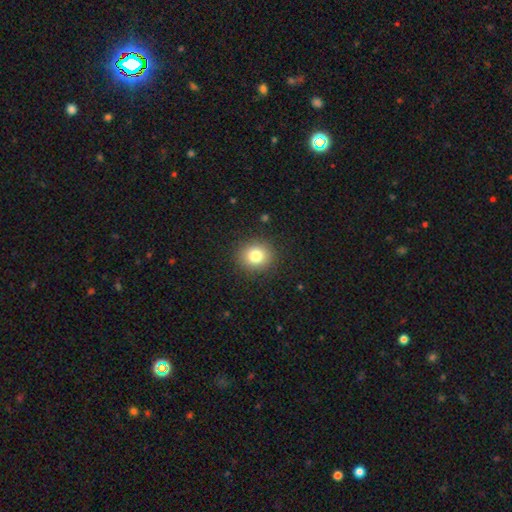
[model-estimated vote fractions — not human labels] This appears to be a smooth galaxy with no disk features (81%) that is round (82%). Merging: none (90%).